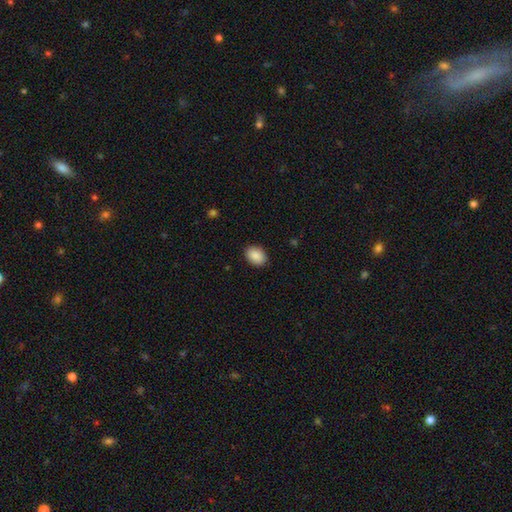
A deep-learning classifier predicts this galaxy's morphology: smooth 89%, star or artifact 7%, featured or disk 4%. Down the decision tree: how rounded — in between (70%); merging — none (89%).